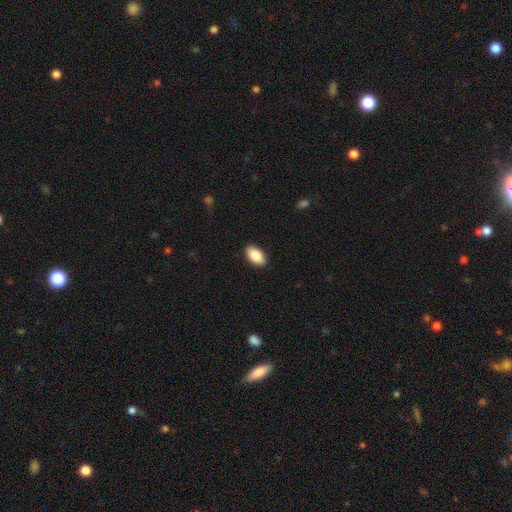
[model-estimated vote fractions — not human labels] The model was most divided on "smooth or featured": smooth: 87%, featured or disk: 7%, star or artifact: 6%. More confident: how rounded — in between (94%); merging — none (89%).